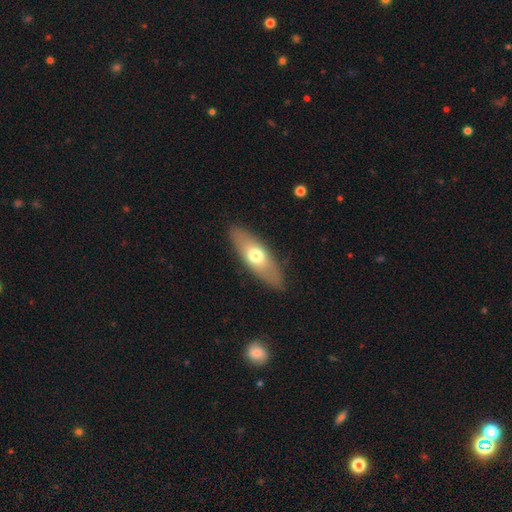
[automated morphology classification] smooth 59%, featured or disk 36%, star or artifact 6%. Down the decision tree: how rounded — in between (62%); merging — none (86%).